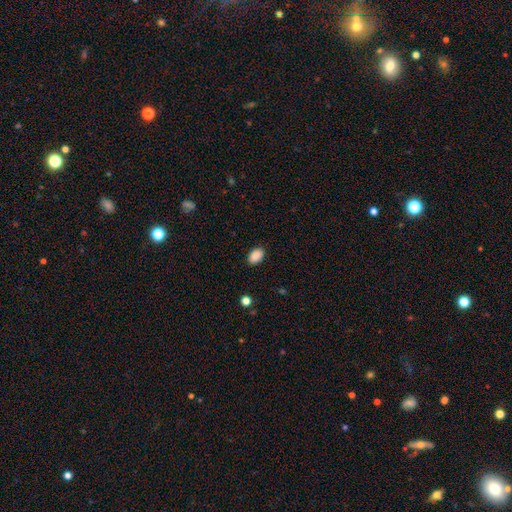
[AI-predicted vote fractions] smooth 90%, star or artifact 8%, featured or disk 3%. Down the decision tree: how rounded — in between (88%); merging — none (88%).